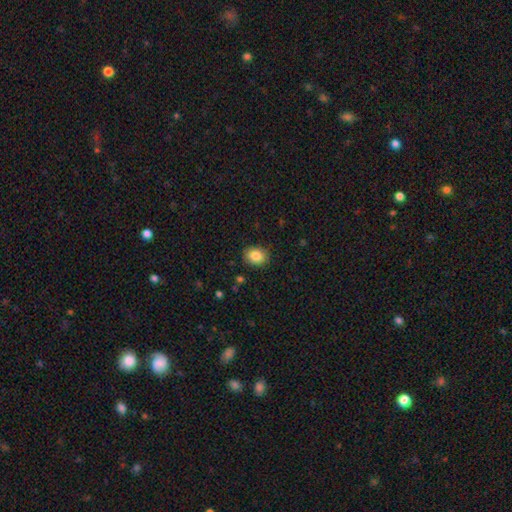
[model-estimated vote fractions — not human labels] smooth_or_featured: smooth (p=0.85) [alt: star or artifact p=0.09]
how_rounded: in between (p=0.50) [alt: round p=0.49]
merging: none (p=0.88) [alt: minor disturbance p=0.09]